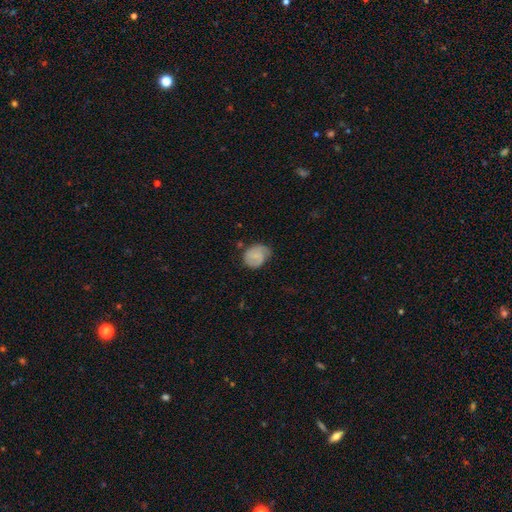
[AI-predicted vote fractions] smooth 57%, featured or disk 35%, star or artifact 8%. Down the decision tree: how rounded — round (58%); merging — none (49%).